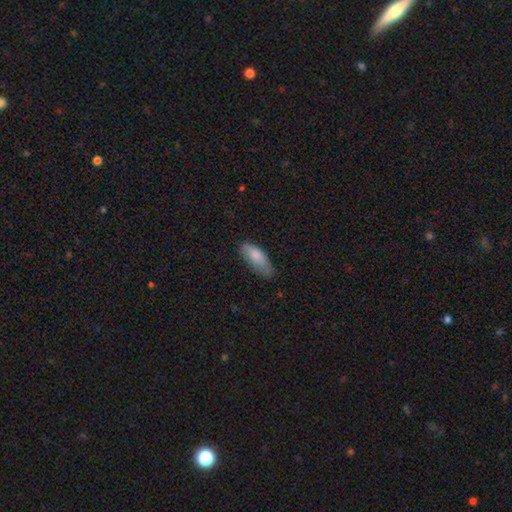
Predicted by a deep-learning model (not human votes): Smooth or featured? Predicted: smooth (p=0.81). How rounded? Predicted: in between (p=0.76). Merging? Predicted: none (p=0.64).